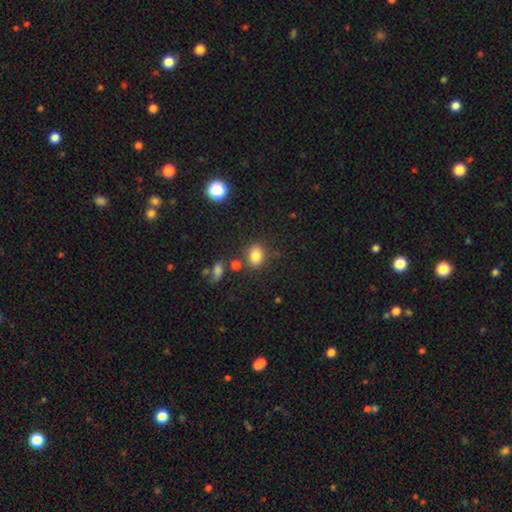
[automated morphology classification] smooth 82%, star or artifact 12%, featured or disk 6%. Down the decision tree: how rounded — in between (52%); merging — none (75%).